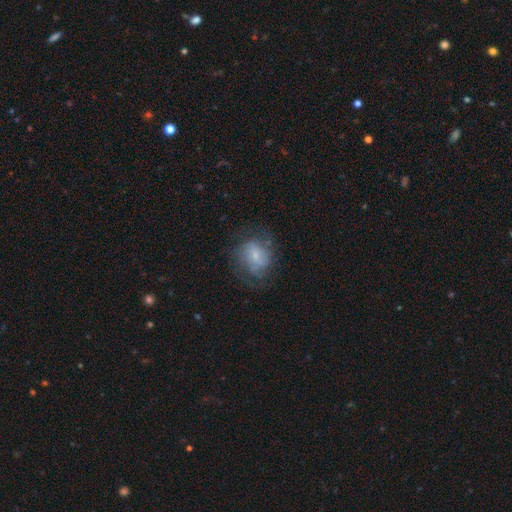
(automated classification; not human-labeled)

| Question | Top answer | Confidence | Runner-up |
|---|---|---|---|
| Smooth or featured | featured or disk | 52% | smooth (38%) |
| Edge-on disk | no | 97% | yes (3%) |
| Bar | no | 53% | weak (39%) |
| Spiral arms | yes | 74% | no (26%) |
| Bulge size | small | 63% | moderate (22%) |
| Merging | none | 57% | minor disturbance (22%) |